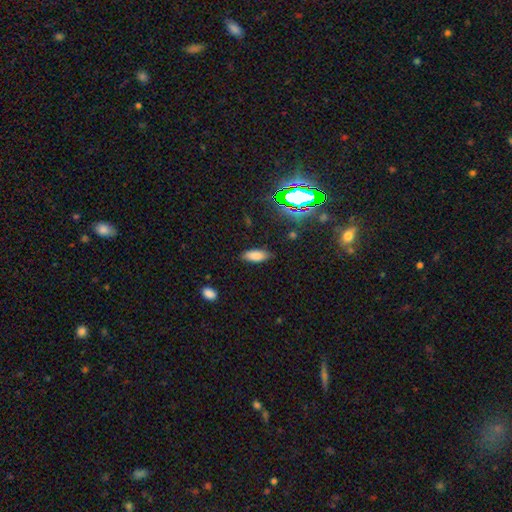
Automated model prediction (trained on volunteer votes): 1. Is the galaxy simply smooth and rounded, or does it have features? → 79% smooth, 13% star or artifact, 9% featured or disk.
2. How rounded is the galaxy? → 81% in between, 17% cigar-shaped, 3% round.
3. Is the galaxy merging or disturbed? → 84% none, 12% minor disturbance, 3% major disturbance, 1% merger.